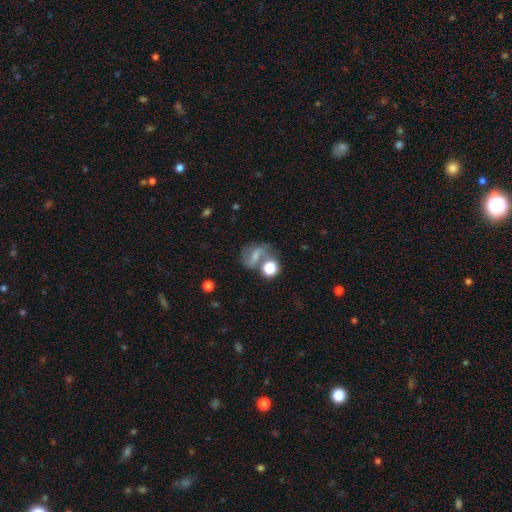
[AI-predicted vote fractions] This appears to be a featured or disk galaxy (52%). Merging: none (48%).